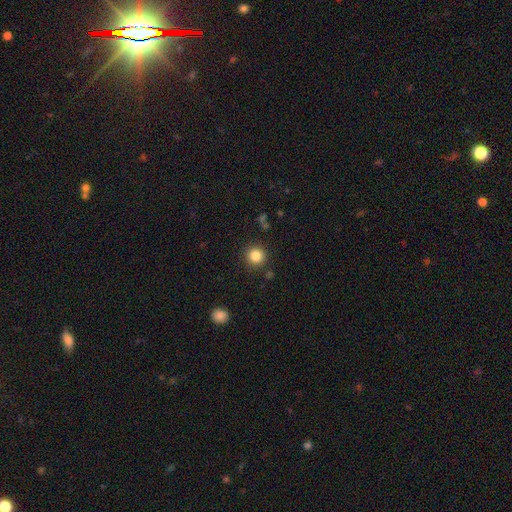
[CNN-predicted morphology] Smooth or featured?
  - smooth: 84% *
  - star or artifact: 11%
  - featured or disk: 5%
How rounded?
  - round: 94% *
  - in between: 5%
  - cigar-shaped: 1%
Merging?
  - none: 90% *
  - minor disturbance: 6%
  - major disturbance: 2%
  - merger: 2%